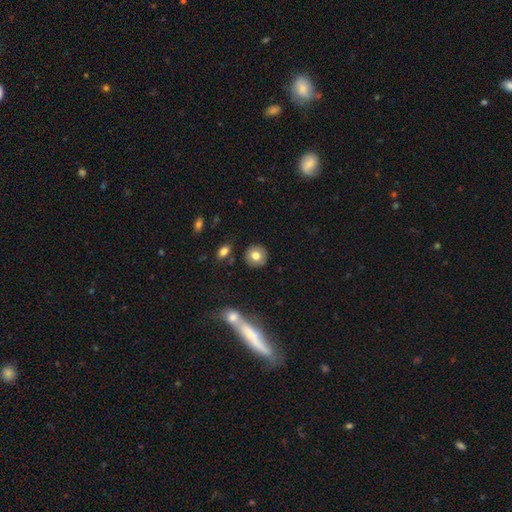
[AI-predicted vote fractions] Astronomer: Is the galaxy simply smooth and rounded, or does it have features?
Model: smooth — 76%.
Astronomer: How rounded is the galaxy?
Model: round — 89%.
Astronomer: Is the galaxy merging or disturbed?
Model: none — 86%.